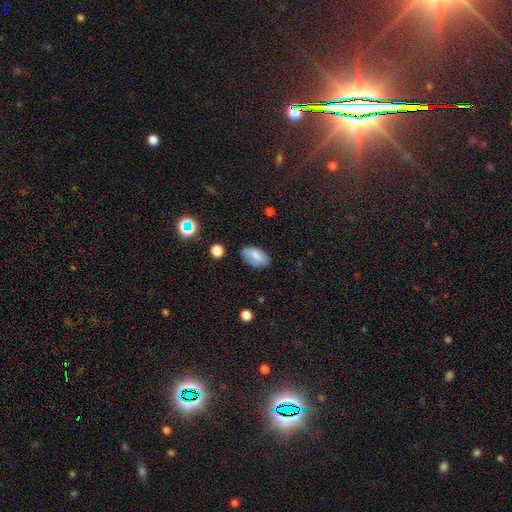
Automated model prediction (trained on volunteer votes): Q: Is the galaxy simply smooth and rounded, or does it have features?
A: smooth — 80%.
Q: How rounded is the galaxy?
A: in between — 93%.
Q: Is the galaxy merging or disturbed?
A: none — 75%.